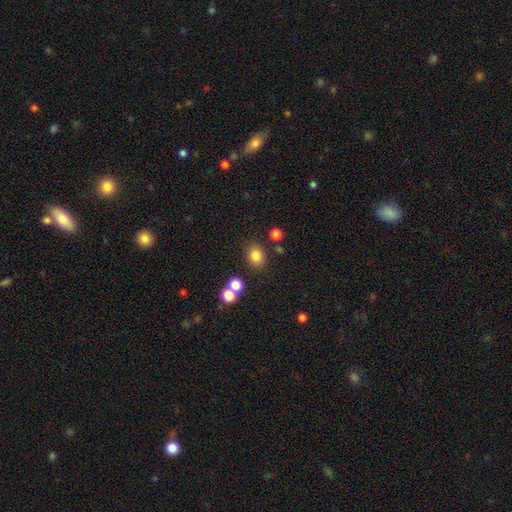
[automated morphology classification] Smooth or featured? Predicted: smooth (p=0.82). How rounded? Predicted: round (p=0.51). Merging? Predicted: none (p=0.79).